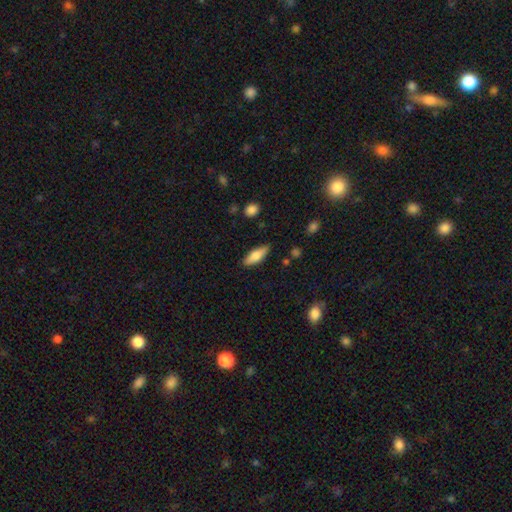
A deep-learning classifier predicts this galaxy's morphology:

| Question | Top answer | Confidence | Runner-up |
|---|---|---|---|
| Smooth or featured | smooth | 78% | featured or disk (16%) |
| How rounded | in between | 64% | cigar-shaped (34%) |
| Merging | none | 83% | minor disturbance (12%) |